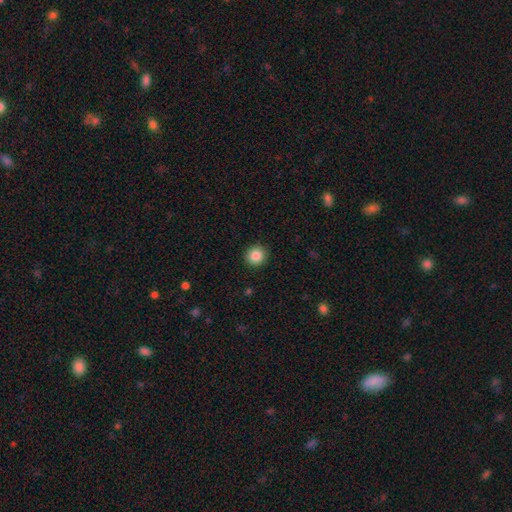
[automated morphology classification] Overall: smooth (86%). How rounded: round (93%). Merging: none (92%).